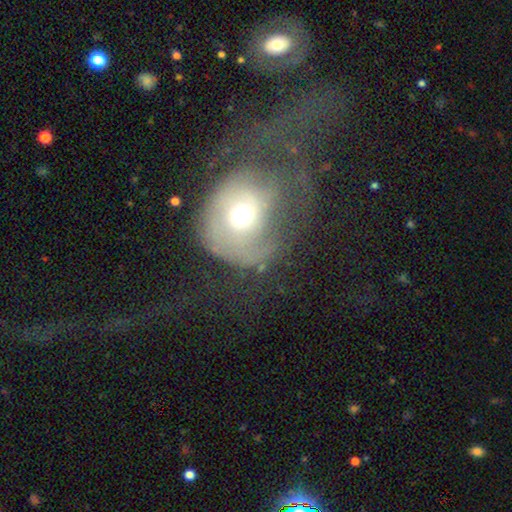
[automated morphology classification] A smooth galaxy with no disk features (45%).

Vote fractions:
- Smooth or featured? smooth: 45% / featured or disk: 42% / star or artifact: 13%
- Merging? major disturbance: 40% / none: 34% / minor disturbance: 20% / merger: 7%